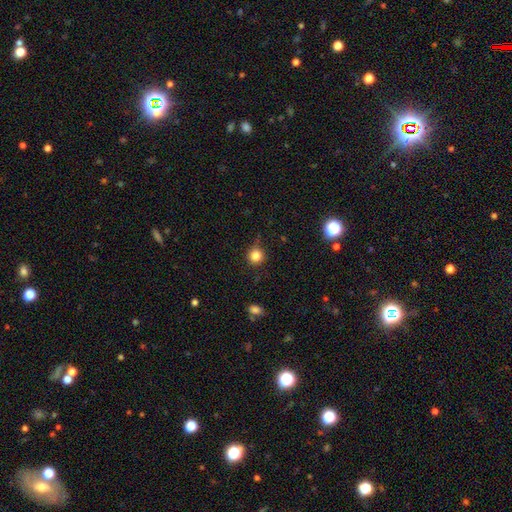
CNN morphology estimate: A smooth galaxy with no disk features (82%) that is round (93%). Merging: none (81%).